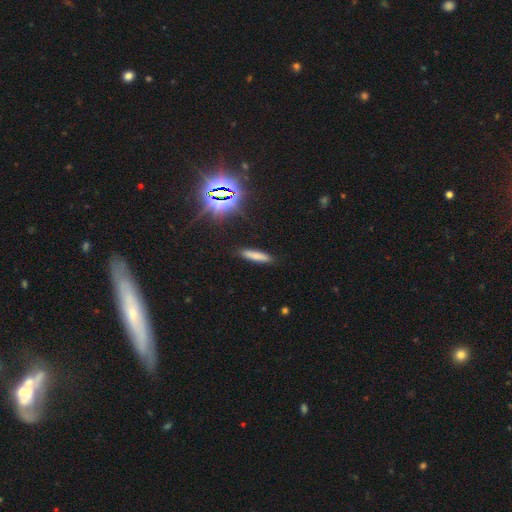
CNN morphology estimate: A smooth galaxy with no disk features (74%) that is cigar-shaped (80%). Merging: none (87%).